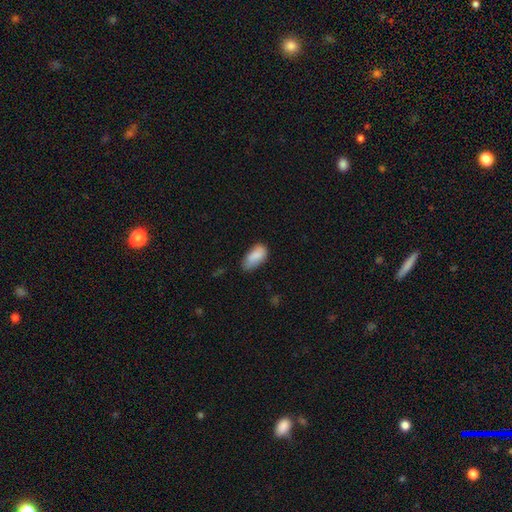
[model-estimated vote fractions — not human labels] This appears to be a smooth galaxy with no disk features (86%) that is in between round and cigar-shaped (91%). Merging: none (57%).